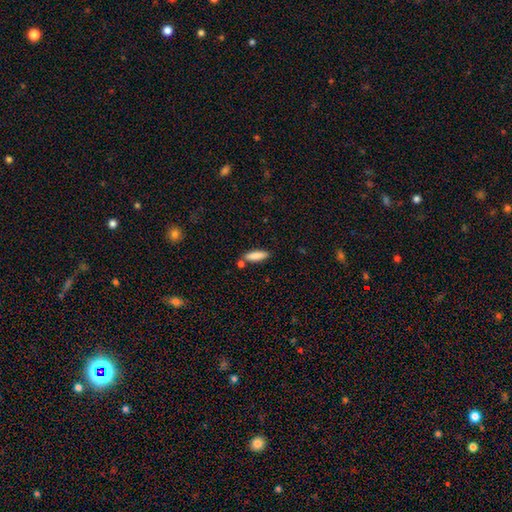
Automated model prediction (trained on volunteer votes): The model was most divided on "how rounded": cigar-shaped: 59%, in between: 39%, round: 2%. More confident: smooth or featured — smooth (85%); merging — none (74%).